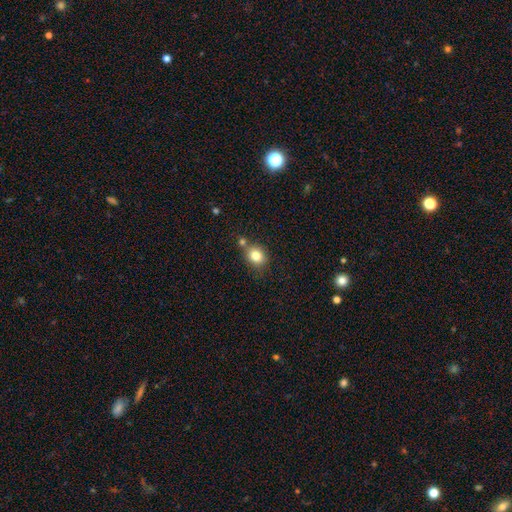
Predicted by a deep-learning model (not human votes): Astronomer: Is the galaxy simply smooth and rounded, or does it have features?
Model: smooth — 81%.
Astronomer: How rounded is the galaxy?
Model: round — 64%.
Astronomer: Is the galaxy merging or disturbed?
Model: none — 61%.